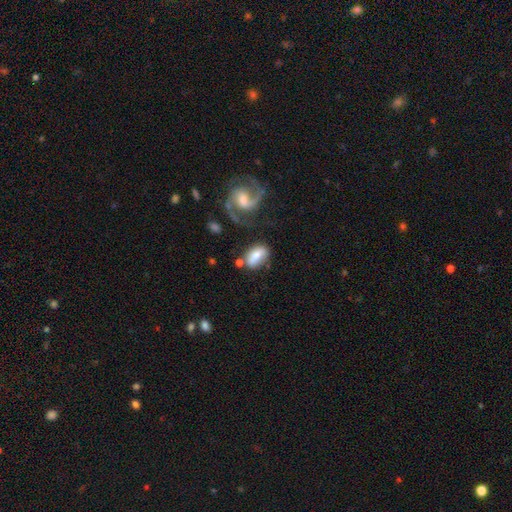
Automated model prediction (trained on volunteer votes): A smooth galaxy with no disk features (70%) that is in between round and cigar-shaped (88%).

Vote fractions:
- Smooth or featured? smooth: 70% / featured or disk: 22% / star or artifact: 7%
- How rounded? in between: 88% / round: 9% / cigar-shaped: 3%
- Merging? none: 54% / minor disturbance: 22% / merger: 14% / major disturbance: 10%